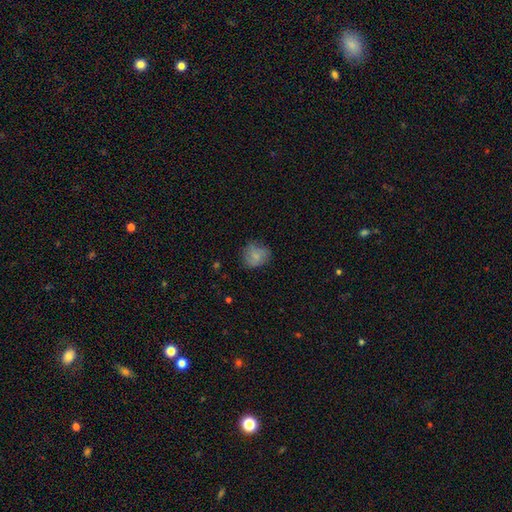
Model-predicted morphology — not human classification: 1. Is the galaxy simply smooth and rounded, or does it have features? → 71% smooth, 20% featured or disk, 9% star or artifact.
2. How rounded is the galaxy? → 79% round, 20% in between, 1% cigar-shaped.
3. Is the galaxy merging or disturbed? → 71% none, 21% minor disturbance, 6% major disturbance, 1% merger.